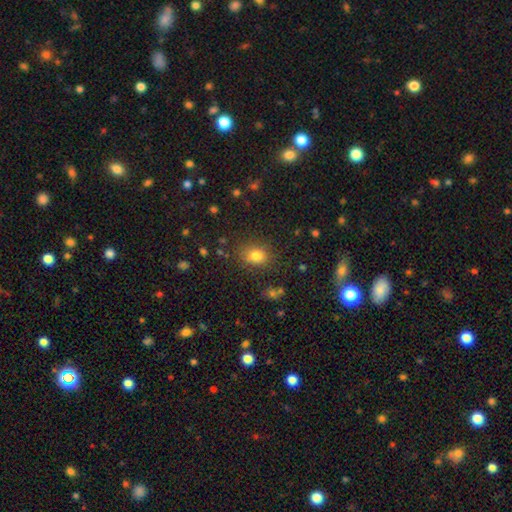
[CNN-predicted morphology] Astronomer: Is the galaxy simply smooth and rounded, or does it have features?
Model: smooth — 77%.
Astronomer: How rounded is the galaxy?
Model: in between — 52% (runner-up: round, 47%).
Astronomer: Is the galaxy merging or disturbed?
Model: none — 81%.